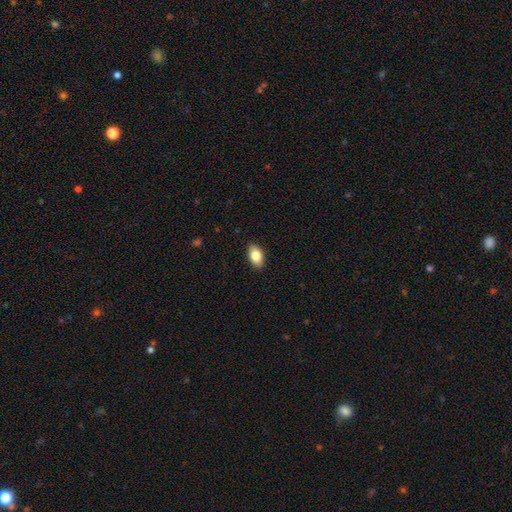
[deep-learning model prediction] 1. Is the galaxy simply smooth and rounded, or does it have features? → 84% smooth, 9% featured or disk, 7% star or artifact.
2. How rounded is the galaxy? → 91% in between, 7% round, 2% cigar-shaped.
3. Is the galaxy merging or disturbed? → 89% none, 9% minor disturbance, 2% major disturbance, 1% merger.